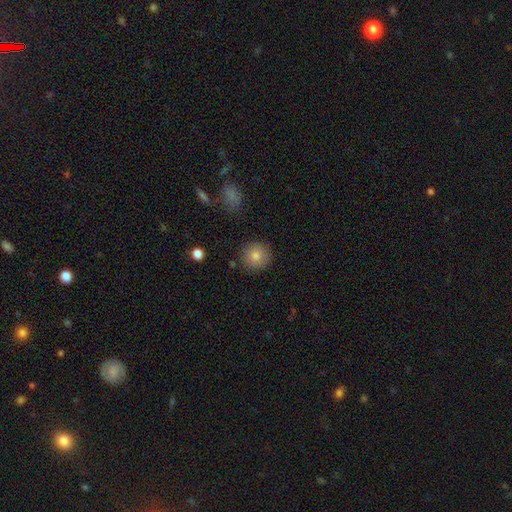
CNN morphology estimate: A smooth galaxy with no disk features (82%) that is round (93%). Merging: none (89%).